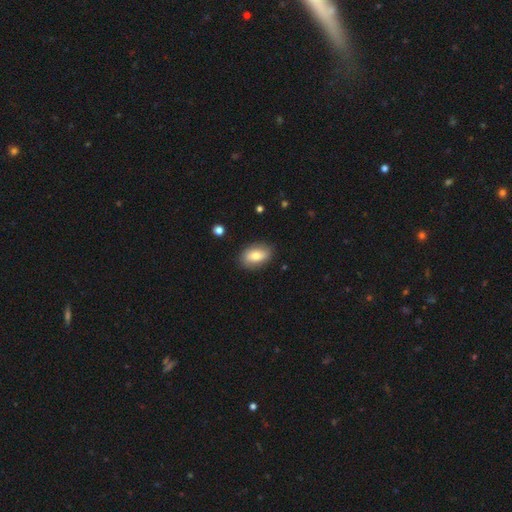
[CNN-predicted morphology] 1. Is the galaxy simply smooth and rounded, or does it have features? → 75% smooth, 18% featured or disk, 7% star or artifact.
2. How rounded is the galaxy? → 90% in between, 8% round, 2% cigar-shaped.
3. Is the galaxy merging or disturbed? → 85% none, 11% minor disturbance, 3% major disturbance, 1% merger.